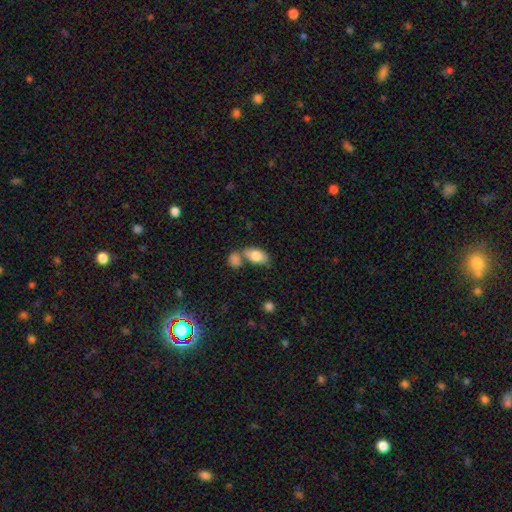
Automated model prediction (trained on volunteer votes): smooth_or_featured: smooth (p=0.79) [alt: featured or disk p=0.14]
how_rounded: in between (p=0.91) [alt: round p=0.07]
merging: none (p=0.49) [alt: merger p=0.32]